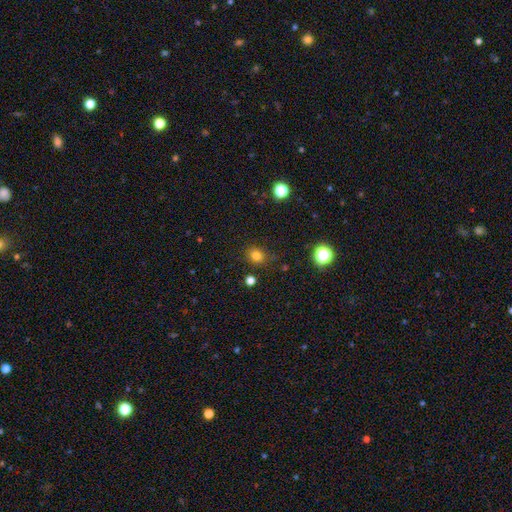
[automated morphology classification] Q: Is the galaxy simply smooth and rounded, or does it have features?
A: smooth — 79%.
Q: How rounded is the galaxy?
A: round — 74%.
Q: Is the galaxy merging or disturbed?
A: none — 81%.